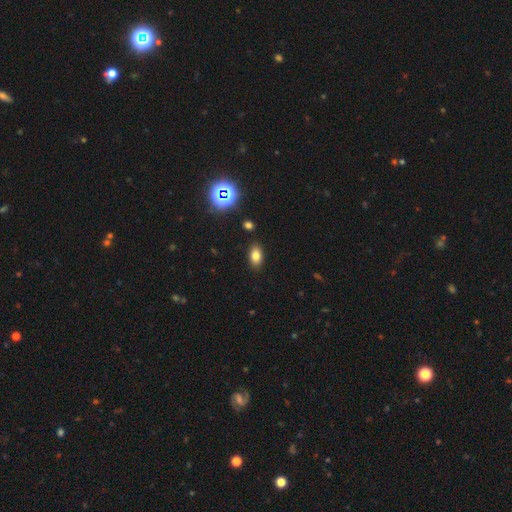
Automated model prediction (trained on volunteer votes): smooth_or_featured: smooth (p=0.77) [alt: star or artifact p=0.14]
how_rounded: in between (p=0.88) [alt: round p=0.09]
merging: none (p=0.88) [alt: minor disturbance p=0.08]